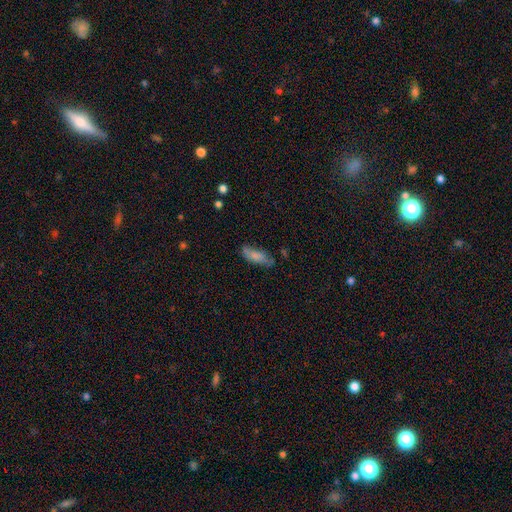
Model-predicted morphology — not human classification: Smooth or featured?
  - smooth: 71% *
  - featured or disk: 21%
  - star or artifact: 8%
How rounded?
  - in between: 68% *
  - cigar-shaped: 30%
  - round: 2%
Merging?
  - none: 57% *
  - minor disturbance: 29%
  - major disturbance: 10%
  - merger: 4%